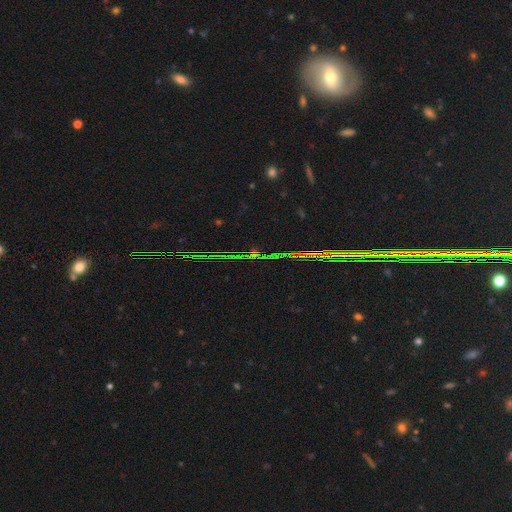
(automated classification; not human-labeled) Smooth or featured: star or artifact — 76% (featured or disk — 14%)